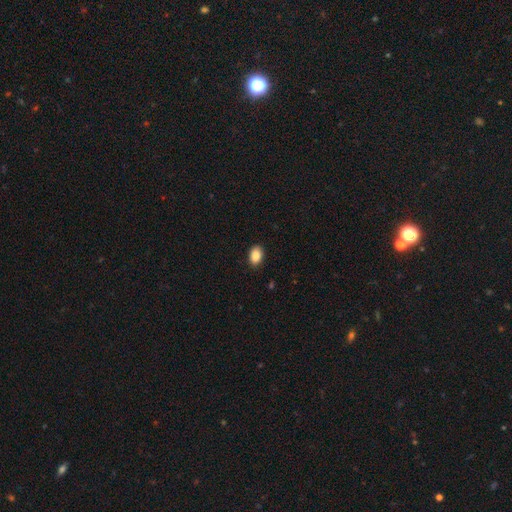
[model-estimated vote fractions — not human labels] smooth_or_featured: smooth (p=0.89) [alt: star or artifact p=0.08]
how_rounded: in between (p=0.86) [alt: round p=0.13]
merging: none (p=0.88) [alt: minor disturbance p=0.09]